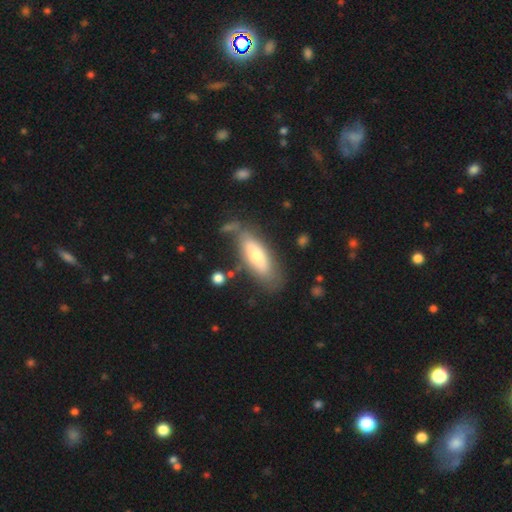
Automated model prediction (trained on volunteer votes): smooth-or-featured: smooth: 60% | featured or disk: 34% | star or artifact: 7%
  how-rounded: in between: 63% | cigar-shaped: 36% | round: 2%
  merging: none: 67% | minor disturbance: 19% | major disturbance: 7% | merger: 7%